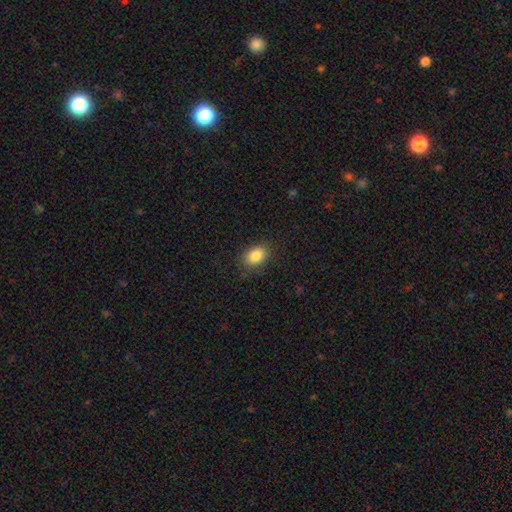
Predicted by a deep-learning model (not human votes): smooth-or-featured: smooth: 86% | star or artifact: 9% | featured or disk: 6%
  how-rounded: in between: 79% | round: 19% | cigar-shaped: 1%
  merging: none: 85% | minor disturbance: 11% | major disturbance: 3% | merger: 1%